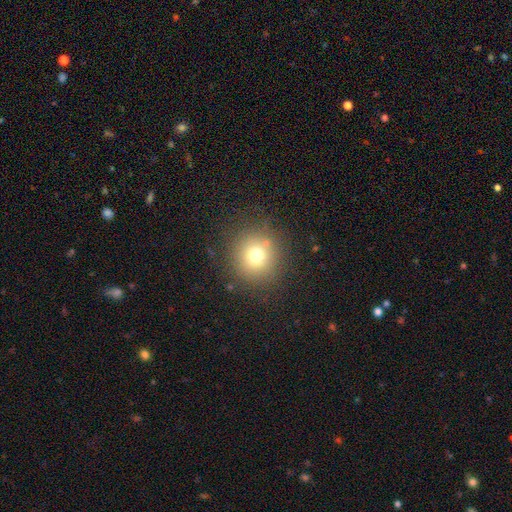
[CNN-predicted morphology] The model was most divided on "smooth or featured": smooth: 73%, star or artifact: 16%, featured or disk: 11%. More confident: how rounded — round (93%); merging — none (85%).